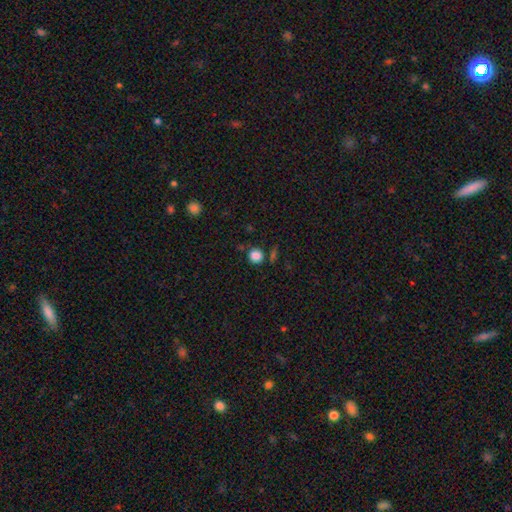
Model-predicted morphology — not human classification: smooth-or-featured: smooth: 85% | star or artifact: 11% | featured or disk: 4%
  how-rounded: round: 91% | in between: 8% | cigar-shaped: 1%
  merging: none: 80% | minor disturbance: 10% | merger: 6% | major disturbance: 3%